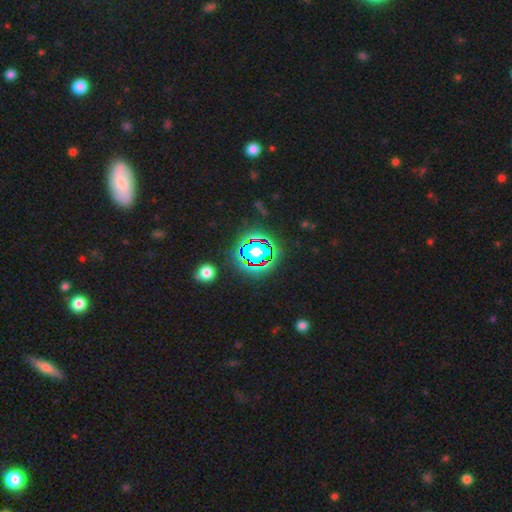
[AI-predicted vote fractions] A star or artifact, not a galaxy (77%).